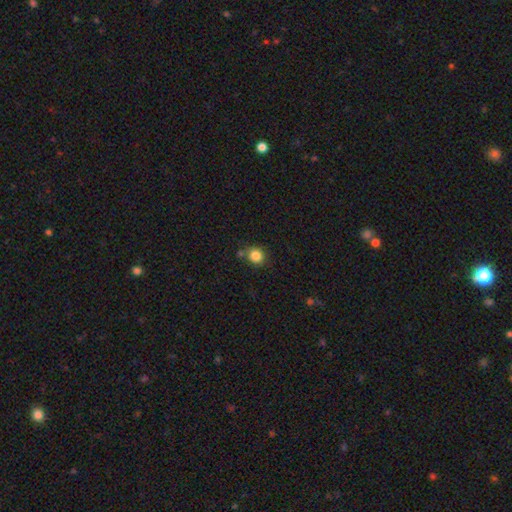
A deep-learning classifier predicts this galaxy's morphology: smooth-or-featured: smooth: 84% | star or artifact: 11% | featured or disk: 5%
  how-rounded: round: 80% | in between: 19% | cigar-shaped: 1%
  merging: none: 71% | minor disturbance: 15% | merger: 10% | major disturbance: 4%